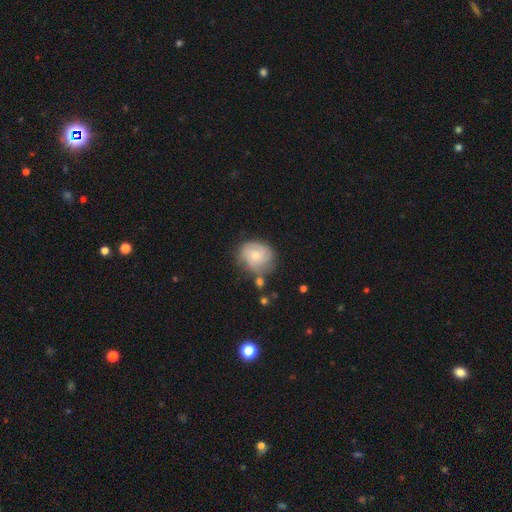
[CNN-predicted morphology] smooth-or-featured: smooth: 57% | featured or disk: 35% | star or artifact: 8%
  how-rounded: round: 75% | in between: 24% | cigar-shaped: 1%
  merging: none: 58% | minor disturbance: 25% | merger: 9% | major disturbance: 8%